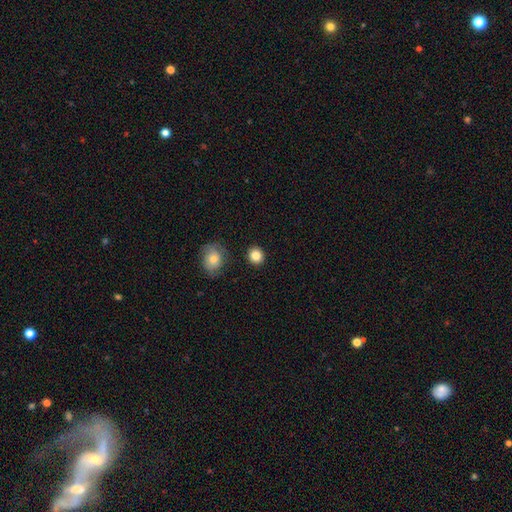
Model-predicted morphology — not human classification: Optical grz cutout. It shows a smooth galaxy with no disk features (84%) that is round (84%). Merging: none (89%).